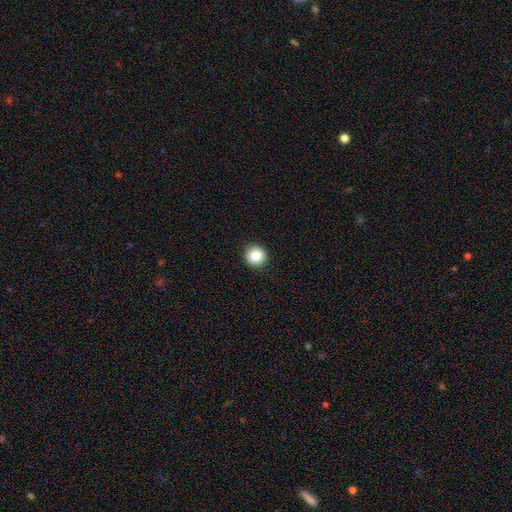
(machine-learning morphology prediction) smooth-or-featured: smooth: 85% | star or artifact: 10% | featured or disk: 6%
  how-rounded: round: 94% | in between: 5% | cigar-shaped: 1%
  merging: none: 93% | minor disturbance: 5% | major disturbance: 1% | merger: 1%